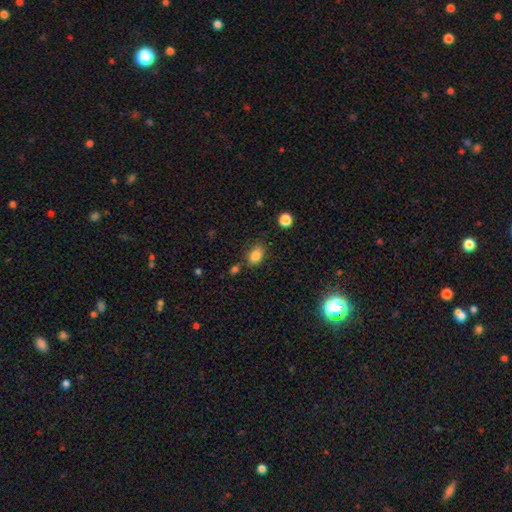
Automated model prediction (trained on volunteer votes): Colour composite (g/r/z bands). It shows a smooth galaxy with no disk features (84%) that is in between round and cigar-shaped (81%). Merging: none (76%).